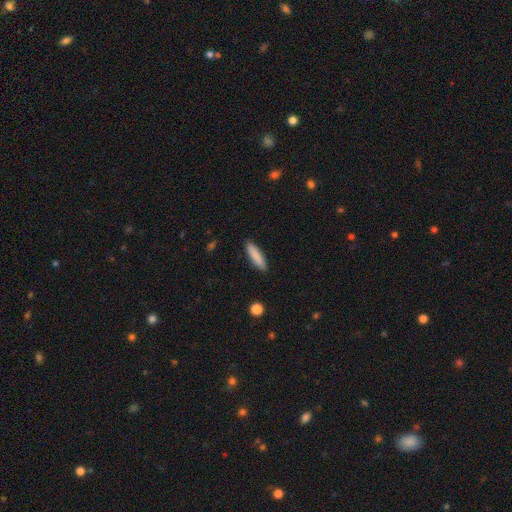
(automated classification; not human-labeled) This is clearly a smooth galaxy (86%). How rounded: likely cigar-shaped (76%). Merging: clearly none (89%).